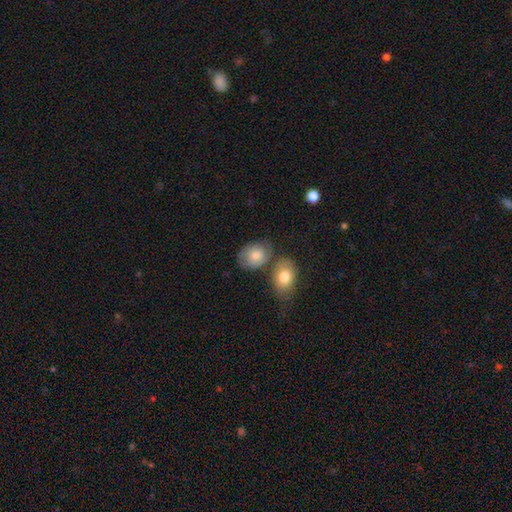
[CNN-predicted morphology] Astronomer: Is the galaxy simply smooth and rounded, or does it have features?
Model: smooth — 72%.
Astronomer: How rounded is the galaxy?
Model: in between — 64%.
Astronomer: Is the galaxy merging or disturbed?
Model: none — 51%.